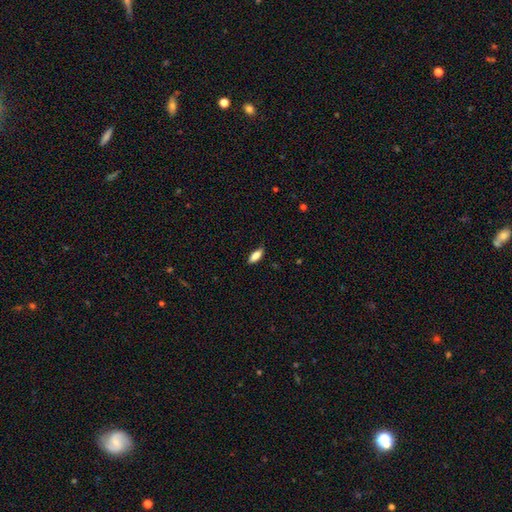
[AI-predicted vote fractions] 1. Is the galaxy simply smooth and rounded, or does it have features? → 85% smooth, 8% featured or disk, 7% star or artifact.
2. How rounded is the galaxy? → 74% in between, 24% cigar-shaped, 2% round.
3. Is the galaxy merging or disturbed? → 84% none, 13% minor disturbance, 2% major disturbance, 1% merger.